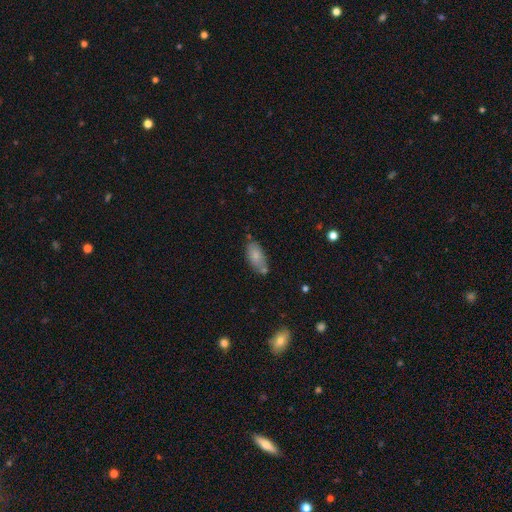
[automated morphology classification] Overall: smooth (78%). How rounded: in between (89%). Merging: none (63%).